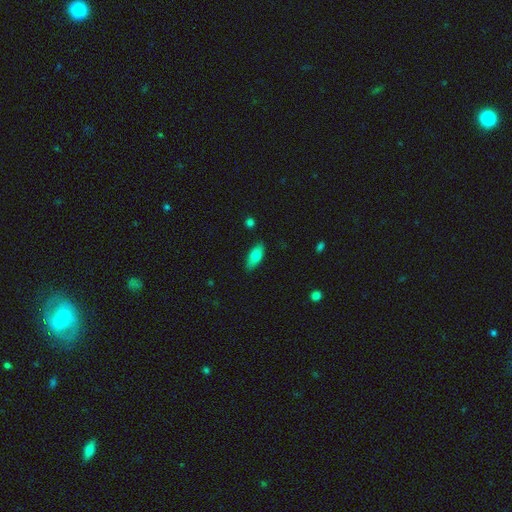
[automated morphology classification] Smooth or featured: smooth — 75% (featured or disk — 18%)
How rounded: in between — 82% (cigar-shaped — 15%)
Merging: none — 86% (minor disturbance — 11%)